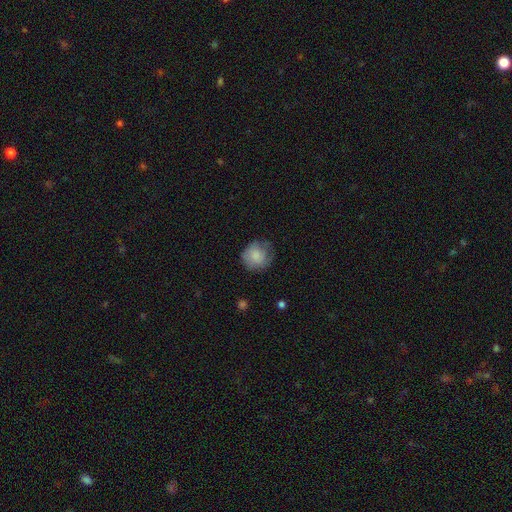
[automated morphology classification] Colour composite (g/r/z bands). It shows a smooth galaxy with no disk features (79%) that is round (85%). Merging: none (61%).